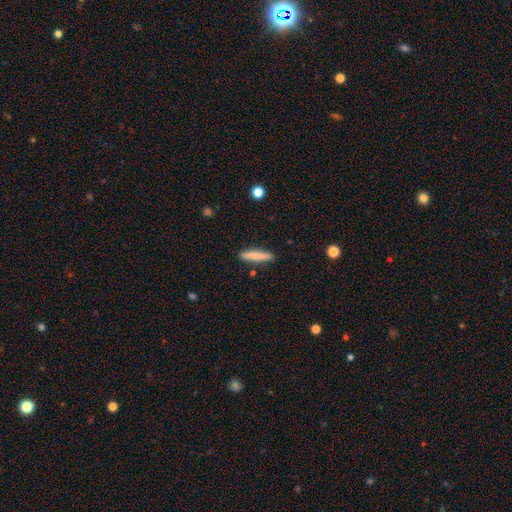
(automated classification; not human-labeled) Smooth or featured? smooth (81%)
How rounded? cigar-shaped (89%)
Merging? none (89%)